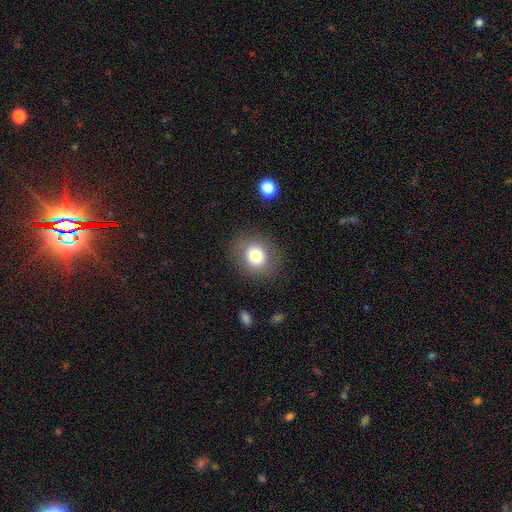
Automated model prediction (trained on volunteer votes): Smooth or featured? Predicted: smooth (p=0.77). How rounded? Predicted: round (p=0.74). Merging? Predicted: none (p=0.85).